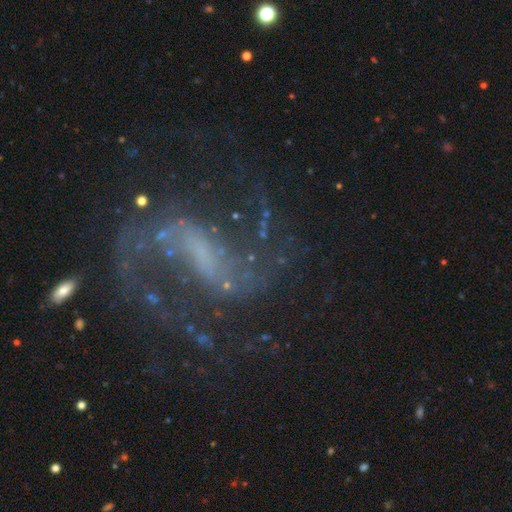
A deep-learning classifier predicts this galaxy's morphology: A featured or disk galaxy (89%) with a weak bar (45%), 2 (86%) medium (47%) spiral arms (97%) and no central bulge (50%).

Vote fractions:
- Smooth or featured? featured or disk: 89% / star or artifact: 8% / smooth: 3%
- Edge-on disk? no: 98% / yes: 2%
- Bar? weak: 45% / strong: 41% / no: 15%
- Spiral arms? yes: 97% / no: 3%
- Spiral winding? medium: 47% / loose: 43% / tight: 10%
- Spiral arm count? 2: 86% / can't tell: 4% / 3: 3% / 1: 2% / 4: 2% / more than 4: 2%
- Bulge size? none: 50% / small: 31% / moderate: 14% / large: 4% / dominant: 1%
- Merging? none: 68% / major disturbance: 16% / minor disturbance: 14% / merger: 2%